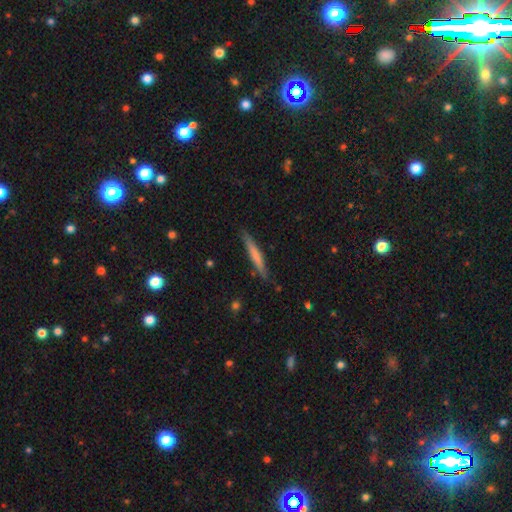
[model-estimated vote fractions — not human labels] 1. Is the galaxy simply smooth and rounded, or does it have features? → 63% smooth, 31% featured or disk, 6% star or artifact.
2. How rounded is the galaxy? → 95% cigar-shaped, 4% in between, 1% round.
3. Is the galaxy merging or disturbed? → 84% none, 12% minor disturbance, 2% major disturbance, 2% merger.